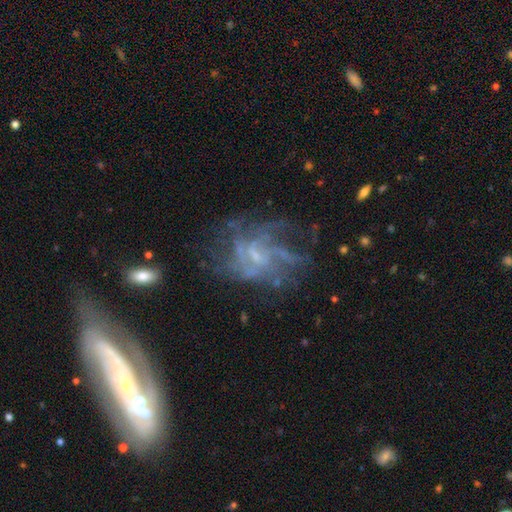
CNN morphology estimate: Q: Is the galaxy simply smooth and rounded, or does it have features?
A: featured or disk — 73%.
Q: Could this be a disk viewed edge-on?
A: no — 97%.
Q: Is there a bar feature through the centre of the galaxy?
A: no — 57%.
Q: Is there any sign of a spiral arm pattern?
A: yes — 71%.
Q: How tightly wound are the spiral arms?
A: medium — 38%.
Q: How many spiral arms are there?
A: can't tell — 47%.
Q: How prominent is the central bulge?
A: small — 54%.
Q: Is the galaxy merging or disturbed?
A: none — 47%.